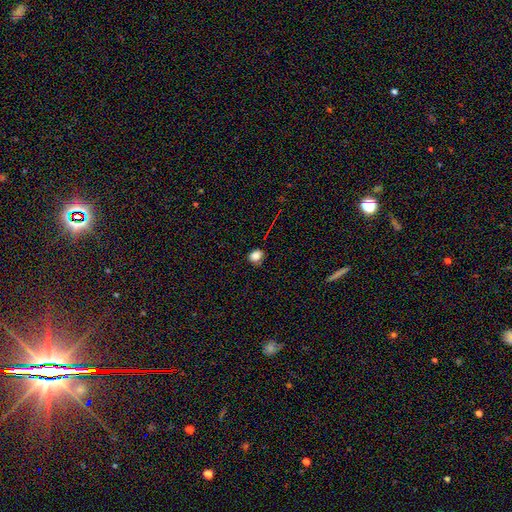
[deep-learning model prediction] Smooth or featured: smooth — 80% (star or artifact — 15%)
How rounded: round — 61% (in between — 38%)
Merging: none — 78% (minor disturbance — 16%)